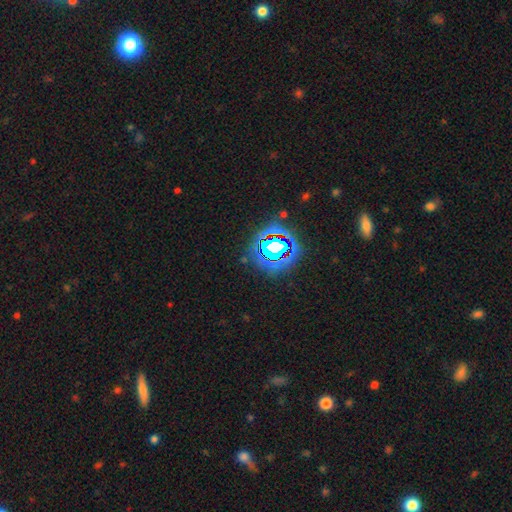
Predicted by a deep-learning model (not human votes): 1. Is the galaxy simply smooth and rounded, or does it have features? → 82% star or artifact, 10% smooth, 8% featured or disk.